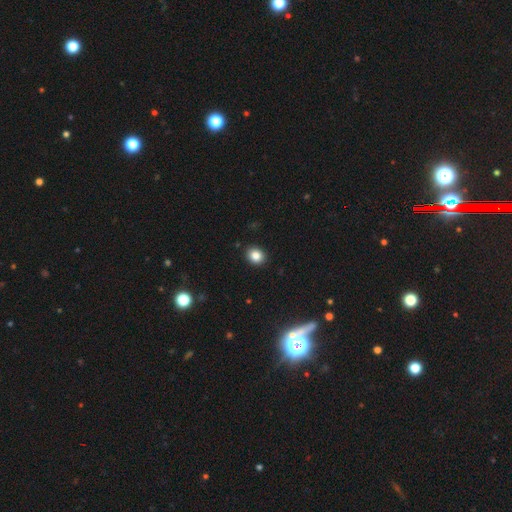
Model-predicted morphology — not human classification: smooth-or-featured: smooth: 84% | star or artifact: 11% | featured or disk: 5%
  how-rounded: round: 71% | in between: 28% | cigar-shaped: 1%
  merging: none: 91% | minor disturbance: 6% | major disturbance: 2% | merger: 1%